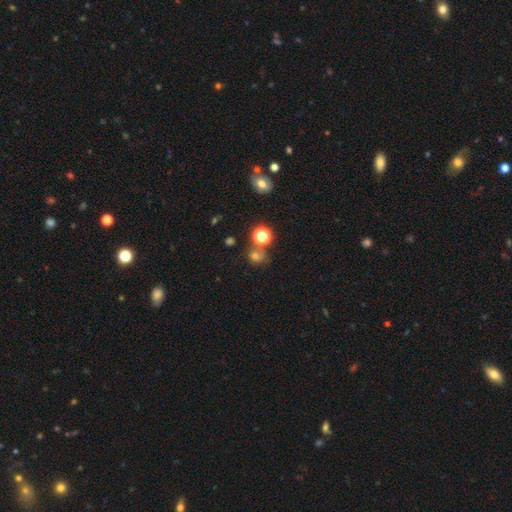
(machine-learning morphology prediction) This appears to be a smooth galaxy with no disk features (55%) that is round (80%). Merging: none (66%).